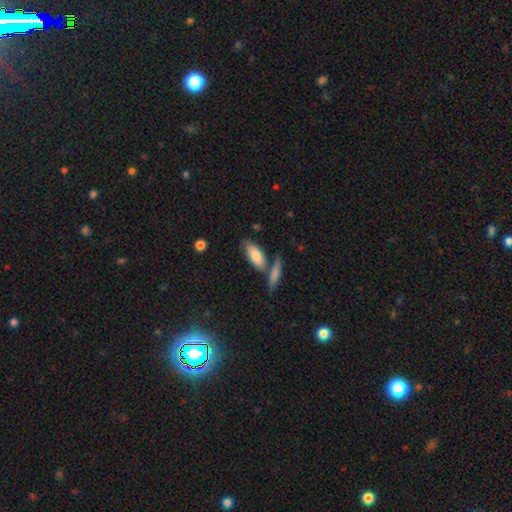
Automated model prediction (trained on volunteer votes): A smooth galaxy with no disk features (78%) that is in between round and cigar-shaped (79%).

Vote fractions:
- Smooth or featured? smooth: 78% / featured or disk: 16% / star or artifact: 6%
- How rounded? in between: 79% / cigar-shaped: 19% / round: 3%
- Merging? none: 55% / merger: 27% / minor disturbance: 13% / major disturbance: 4%